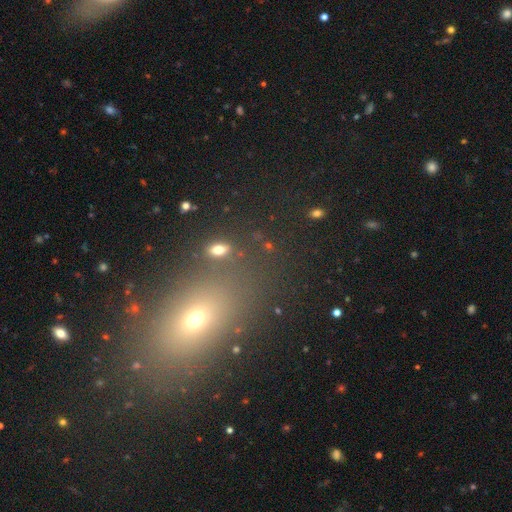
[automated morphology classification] This appears to be a smooth galaxy with no disk features (57%) that is in between round and cigar-shaped (71%). Merging: none (81%).